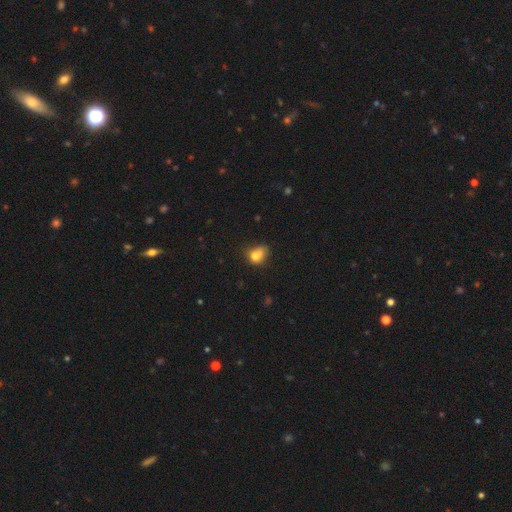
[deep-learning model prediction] A smooth galaxy with no disk features (75%) that is in between round and cigar-shaped (50%).

Vote fractions:
- Smooth or featured? smooth: 75% / featured or disk: 14% / star or artifact: 12%
- How rounded? in between: 50% / round: 49% / cigar-shaped: 1%
- Merging? none: 36% / minor disturbance: 31% / merger: 18% / major disturbance: 16%